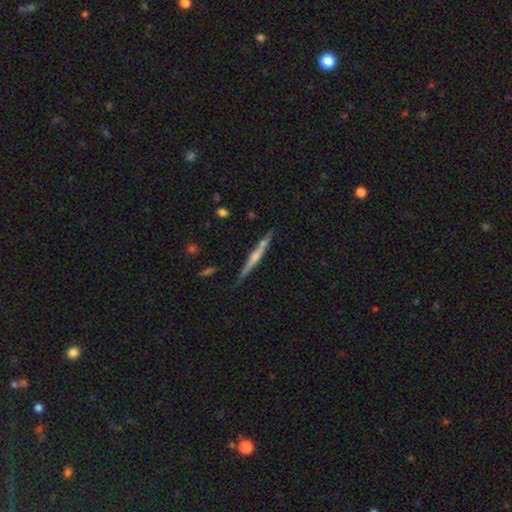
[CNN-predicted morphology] featured or disk 66%, smooth 28%, star or artifact 6%. Down the decision tree: edge-on disk — yes (97%); edge-on bulge — rounded (54%); merging — none (83%).